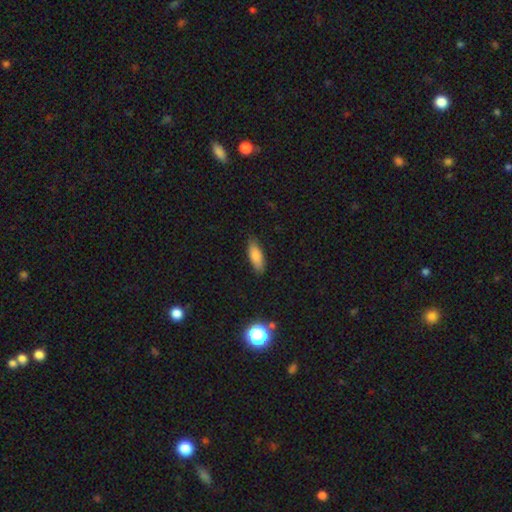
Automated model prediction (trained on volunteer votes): smooth 82%, featured or disk 11%, star or artifact 8%. Down the decision tree: how rounded — in between (68%); merging — none (83%).